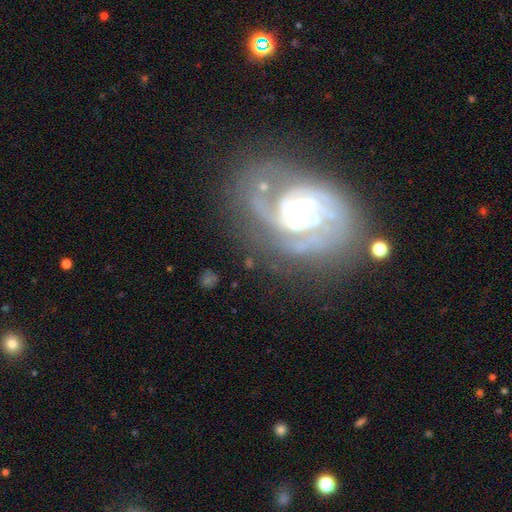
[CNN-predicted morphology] Q: Smooth or featured?
A: featured or disk (85%); runner-up: star or artifact (8%)
Q: Edge-on disk?
A: no (97%); runner-up: yes (3%)
Q: Bar?
A: weak (44%); runner-up: no (35%)
Q: Spiral arms?
A: yes (94%); runner-up: no (6%)
Q: Spiral winding?
A: tight (48%); runner-up: medium (40%)
Q: Spiral arm count?
A: 2 (50%); runner-up: 3 (17%)
Q: Bulge size?
A: small (47%); runner-up: moderate (40%)
Q: Merging?
A: none (62%); runner-up: minor disturbance (18%)